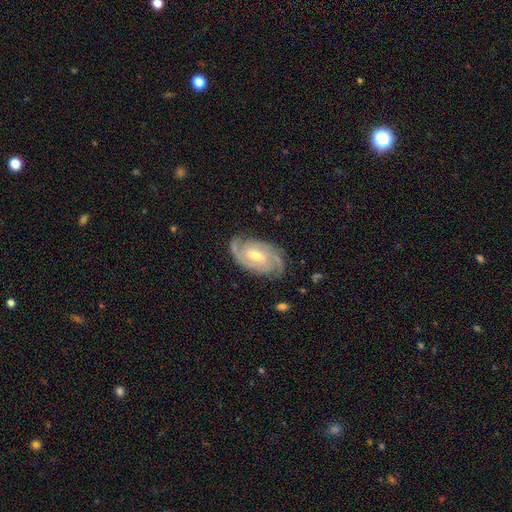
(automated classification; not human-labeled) Q: Smooth or featured?
A: featured or disk (90%); runner-up: smooth (5%)
Q: Edge-on disk?
A: no (97%); runner-up: yes (3%)
Q: Bar?
A: weak (49%); runner-up: no (31%)
Q: Spiral arms?
A: yes (98%); runner-up: no (2%)
Q: Spiral winding?
A: tight (64%); runner-up: medium (31%)
Q: Spiral arm count?
A: 2 (64%); runner-up: 3 (19%)
Q: Bulge size?
A: moderate (59%); runner-up: small (37%)
Q: Merging?
A: none (82%); runner-up: minor disturbance (14%)